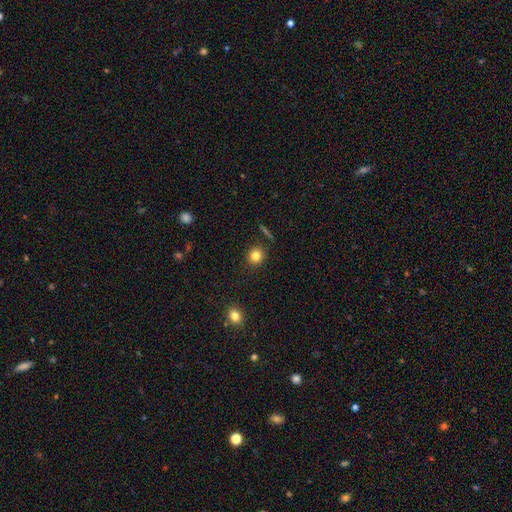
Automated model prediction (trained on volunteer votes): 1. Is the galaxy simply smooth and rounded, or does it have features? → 81% smooth, 12% star or artifact, 7% featured or disk.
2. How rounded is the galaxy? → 85% round, 14% in between, 1% cigar-shaped.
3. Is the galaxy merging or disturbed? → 88% none, 7% minor disturbance, 2% merger, 2% major disturbance.